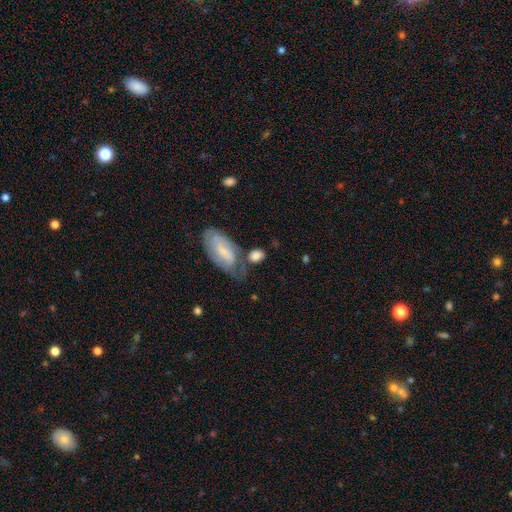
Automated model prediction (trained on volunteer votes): smooth_or_featured: smooth (p=0.71) [alt: featured or disk p=0.23]
how_rounded: in between (p=0.69) [alt: round p=0.28]
merging: none (p=0.47) [alt: merger p=0.23]